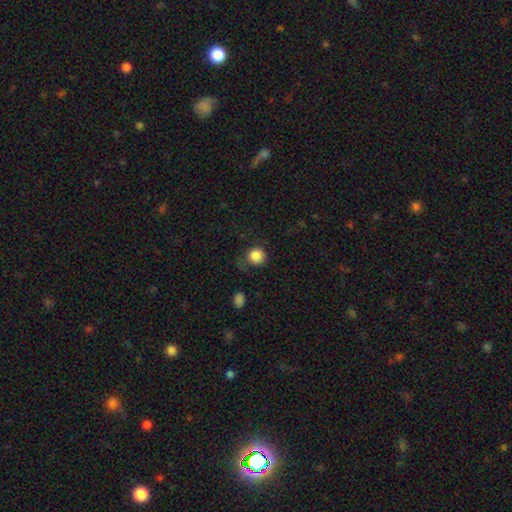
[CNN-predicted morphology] Overall: smooth (86%). How rounded: round (89%). Merging: none (66%).